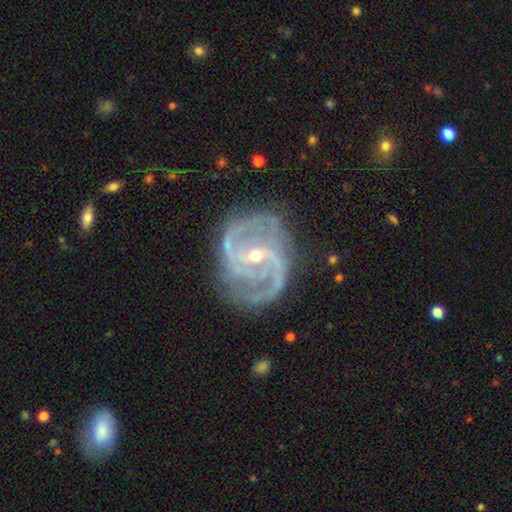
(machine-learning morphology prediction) Q: Smooth or featured?
A: featured or disk (91%); runner-up: star or artifact (5%)
Q: Edge-on disk?
A: no (98%); runner-up: yes (2%)
Q: Bar?
A: weak (46%); runner-up: no (29%)
Q: Spiral arms?
A: yes (97%); runner-up: no (3%)
Q: Spiral winding?
A: medium (49%); runner-up: tight (38%)
Q: Spiral arm count?
A: 2 (53%); runner-up: 3 (18%)
Q: Bulge size?
A: small (57%); runner-up: moderate (41%)
Q: Merging?
A: none (69%); runner-up: minor disturbance (20%)